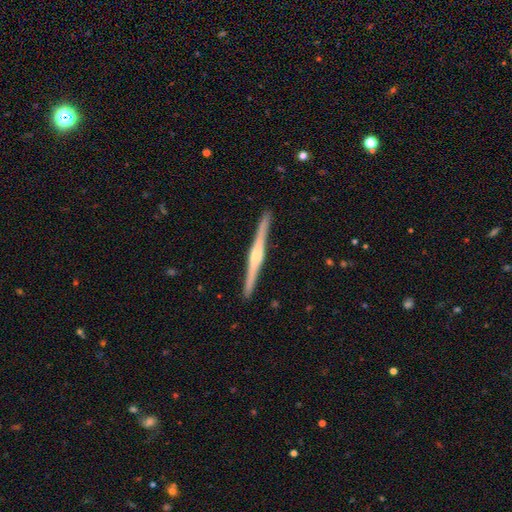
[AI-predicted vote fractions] This is likely a featured or disk galaxy (80%). It is clearly viewed edge-on (99%). Edge-on bulge: likely rounded (66%). Merging: clearly none (92%).